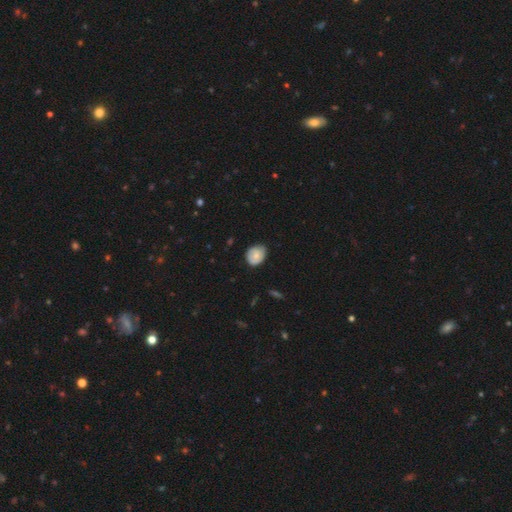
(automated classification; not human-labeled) Q: Smooth or featured?
A: smooth (71%); runner-up: featured or disk (22%)
Q: How rounded?
A: round (55%); runner-up: in between (44%)
Q: Merging?
A: none (70%); runner-up: minor disturbance (25%)